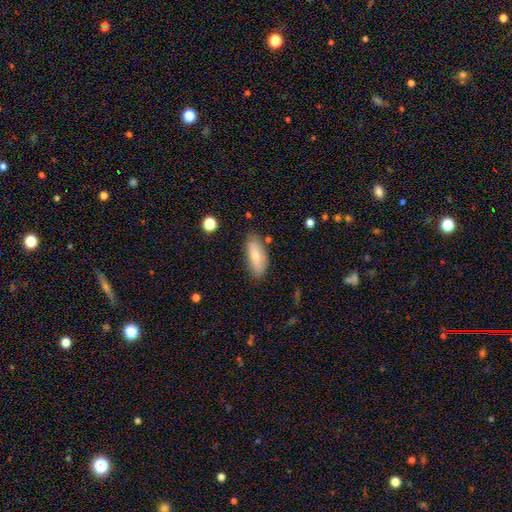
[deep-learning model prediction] Morphology: type=smooth (68%); roundness=in between (78%); merging=none (76%).